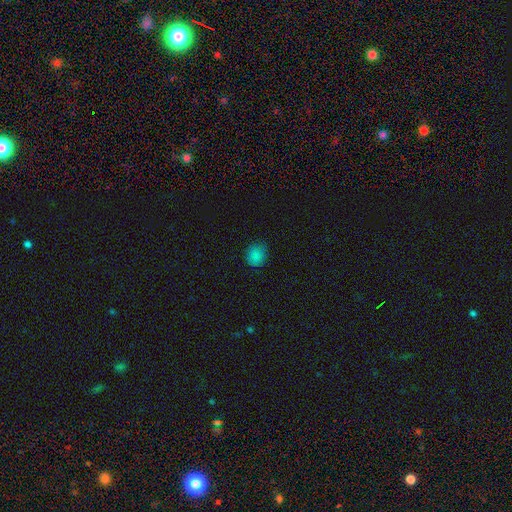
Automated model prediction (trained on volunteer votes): Smooth or featured? Predicted: smooth (p=0.83). How rounded? Predicted: round (p=0.74). Merging? Predicted: none (p=0.75).